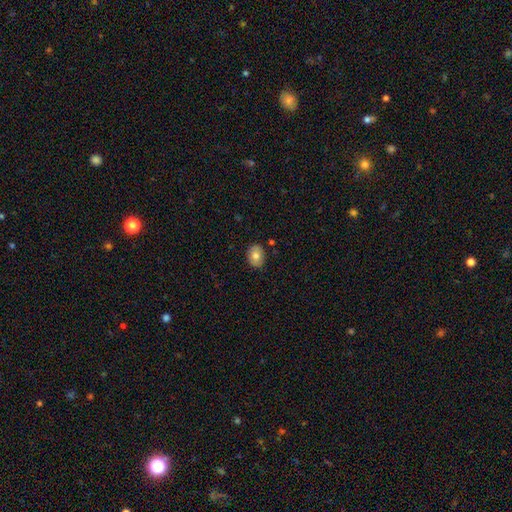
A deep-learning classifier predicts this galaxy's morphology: Smooth or featured?
  - smooth: 74% *
  - featured or disk: 18%
  - star or artifact: 8%
How rounded?
  - in between: 59% *
  - round: 40%
  - cigar-shaped: 1%
Merging?
  - none: 85% *
  - minor disturbance: 11%
  - major disturbance: 2%
  - merger: 2%